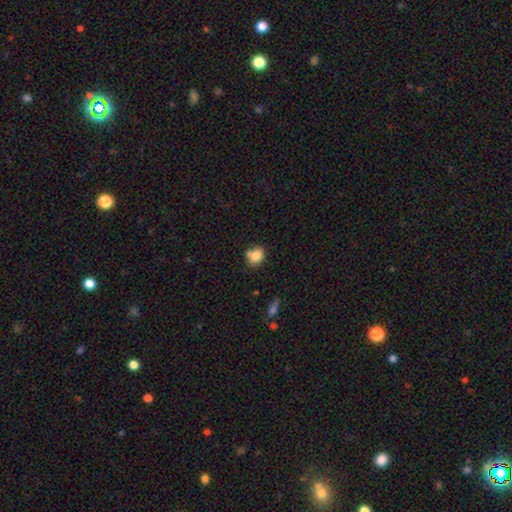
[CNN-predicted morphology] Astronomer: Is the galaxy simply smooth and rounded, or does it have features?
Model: smooth — 79%.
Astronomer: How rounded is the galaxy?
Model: round — 58% (runner-up: in between, 41%).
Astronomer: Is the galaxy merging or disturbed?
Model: none — 57%.